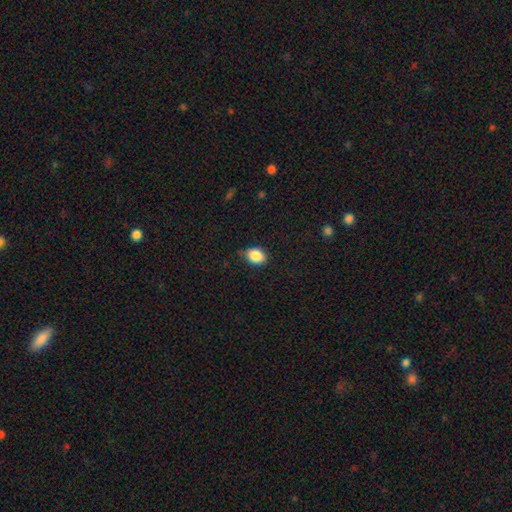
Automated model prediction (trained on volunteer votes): Smooth or featured?
  - smooth: 86% *
  - star or artifact: 9%
  - featured or disk: 5%
How rounded?
  - in between: 57% *
  - round: 42%
  - cigar-shaped: 1%
Merging?
  - none: 71% *
  - minor disturbance: 23%
  - major disturbance: 4%
  - merger: 1%